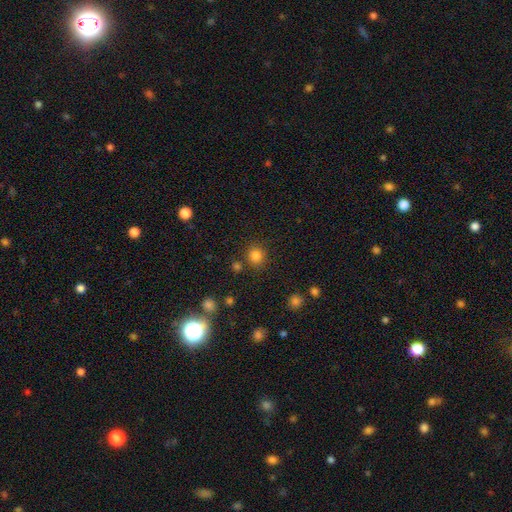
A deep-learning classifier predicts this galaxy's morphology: Q: Smooth or featured?
A: smooth (82%); runner-up: star or artifact (14%)
Q: How rounded?
A: round (87%); runner-up: in between (13%)
Q: Merging?
A: none (81%); runner-up: minor disturbance (9%)